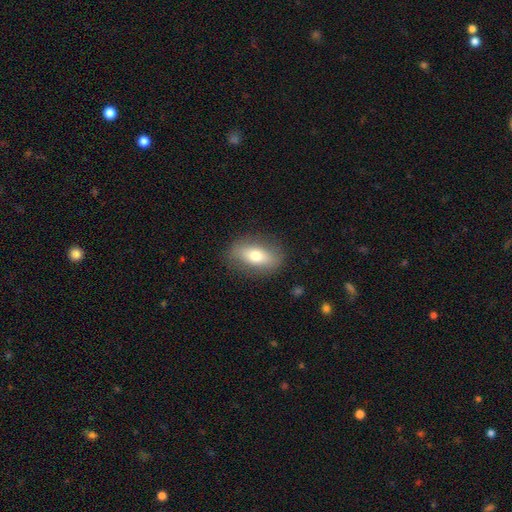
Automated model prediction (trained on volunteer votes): Smooth or featured? smooth (64%)
How rounded? in between (78%)
Merging? none (84%)